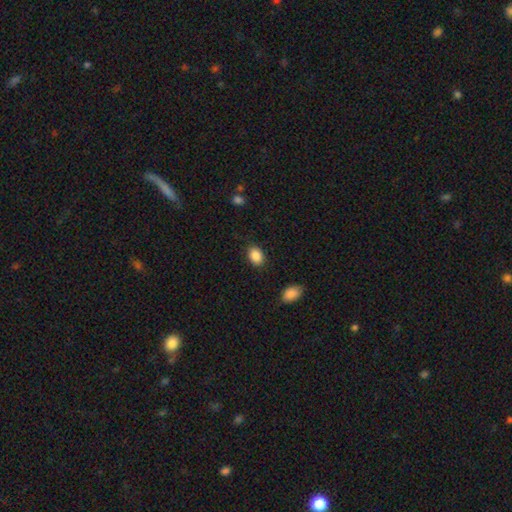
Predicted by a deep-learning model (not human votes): Smooth or featured?
  - smooth: 88% *
  - star or artifact: 8%
  - featured or disk: 4%
How rounded?
  - in between: 74% *
  - round: 25%
  - cigar-shaped: 1%
Merging?
  - none: 85% *
  - minor disturbance: 10%
  - major disturbance: 3%
  - merger: 2%